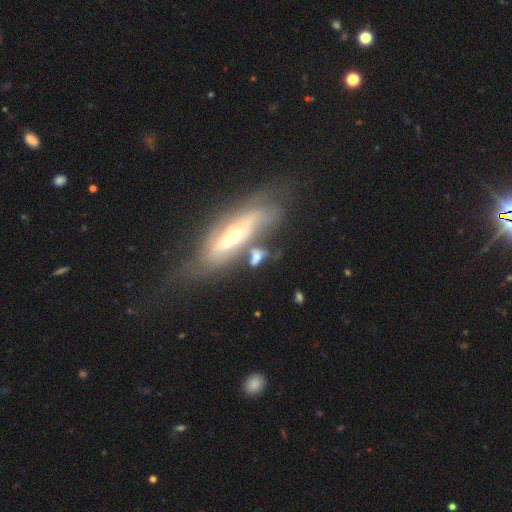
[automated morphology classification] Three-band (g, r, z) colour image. It shows a featured or disk galaxy (51%). Merging: merger (41%).